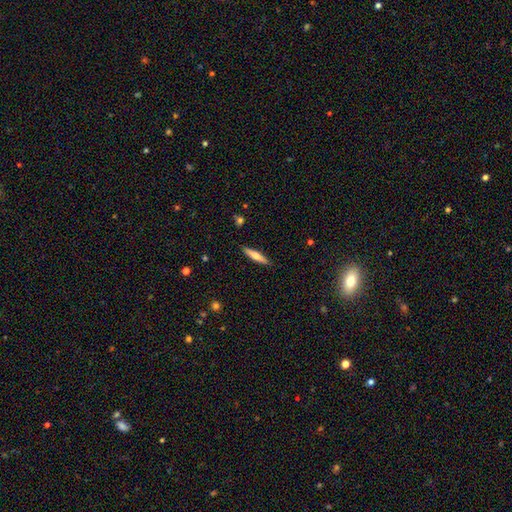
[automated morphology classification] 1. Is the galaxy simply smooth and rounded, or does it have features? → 61% smooth, 33% featured or disk, 6% star or artifact.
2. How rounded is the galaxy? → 86% cigar-shaped, 13% in between, 1% round.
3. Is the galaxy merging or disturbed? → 90% none, 8% minor disturbance, 2% major disturbance, 1% merger.